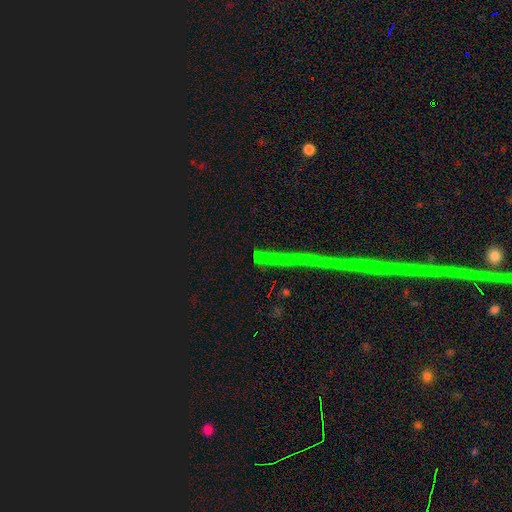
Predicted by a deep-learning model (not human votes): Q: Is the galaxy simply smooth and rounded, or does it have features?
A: star or artifact — 71%.